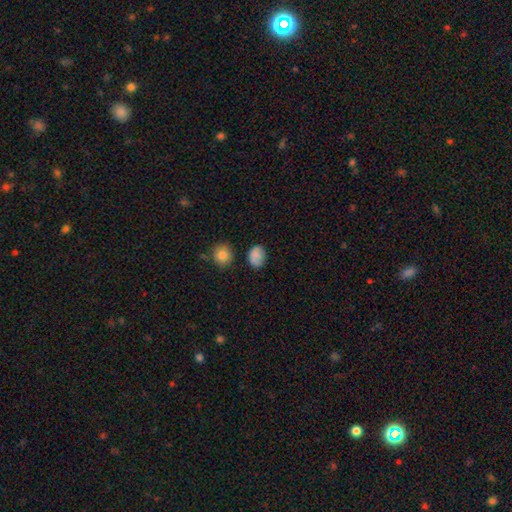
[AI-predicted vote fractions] Smooth or featured: smooth — 84% (star or artifact — 10%)
How rounded: in between — 68% (round — 31%)
Merging: none — 76% (minor disturbance — 17%)